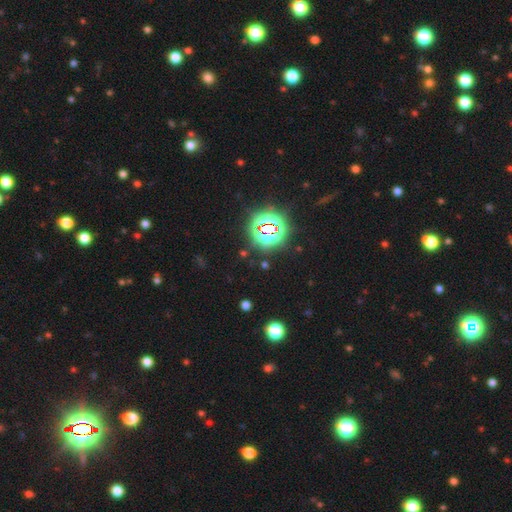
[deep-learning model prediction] smooth-or-featured: star or artifact: 81% | smooth: 12% | featured or disk: 6%